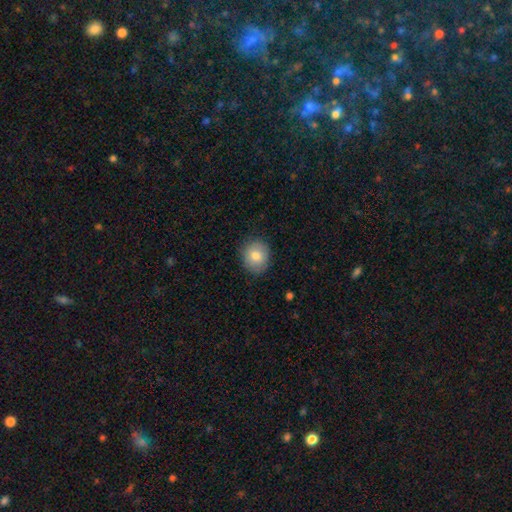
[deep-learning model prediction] Morphology: type=smooth (79%); roundness=round (74%); merging=none (86%).